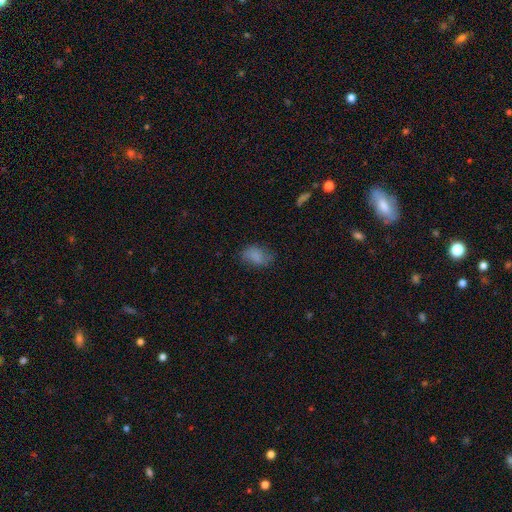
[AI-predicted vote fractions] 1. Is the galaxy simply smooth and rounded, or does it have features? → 75% smooth, 15% featured or disk, 10% star or artifact.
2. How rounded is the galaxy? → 82% in between, 17% round, 2% cigar-shaped.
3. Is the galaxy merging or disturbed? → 65% none, 24% minor disturbance, 10% major disturbance, 2% merger.